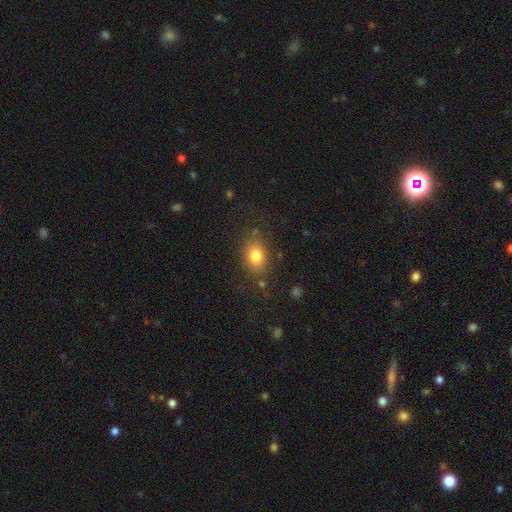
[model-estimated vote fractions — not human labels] smooth_or_featured: smooth (p=0.80) [alt: star or artifact p=0.11]
how_rounded: in between (p=0.62) [alt: round p=0.37]
merging: none (p=0.80) [alt: minor disturbance p=0.13]